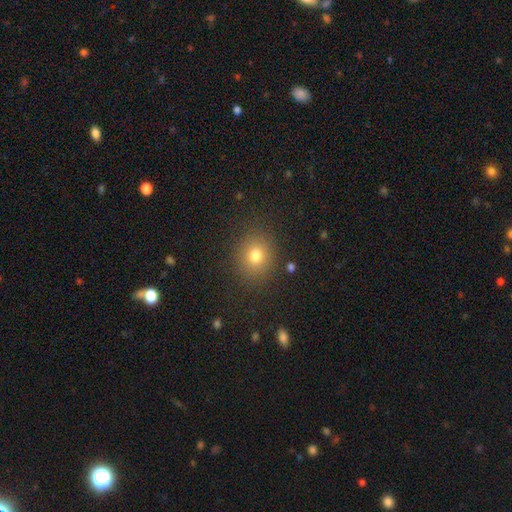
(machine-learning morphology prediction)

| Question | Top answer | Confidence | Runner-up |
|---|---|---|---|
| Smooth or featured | smooth | 77% | star or artifact (14%) |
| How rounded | round | 79% | in between (20%) |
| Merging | none | 88% | minor disturbance (8%) |